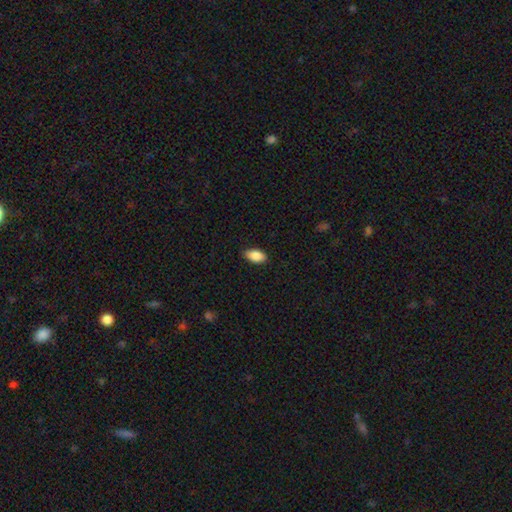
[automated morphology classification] smooth-or-featured: smooth: 88% | star or artifact: 7% | featured or disk: 5%
  how-rounded: in between: 93% | round: 4% | cigar-shaped: 4%
  merging: none: 85% | minor disturbance: 12% | major disturbance: 2% | merger: 1%